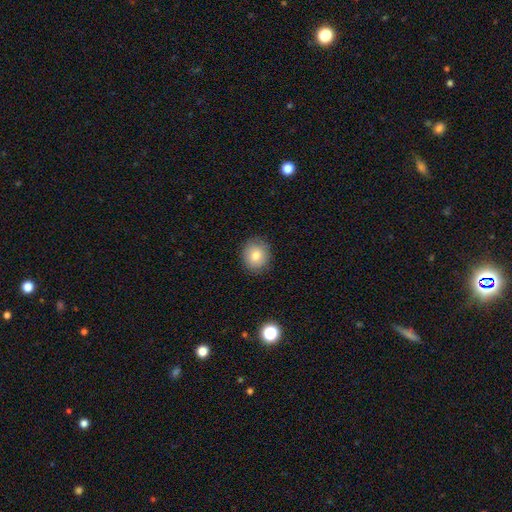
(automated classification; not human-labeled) Morphology: type=smooth (81%); roundness=round (79%); merging=none (88%).